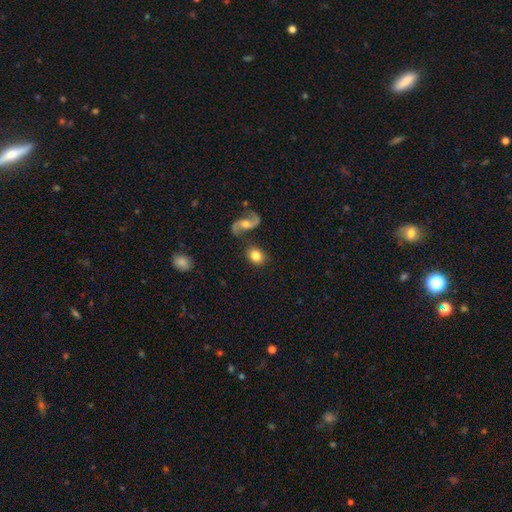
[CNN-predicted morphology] type=smooth (75%); roundness=in between (53%); merging=none (74%).